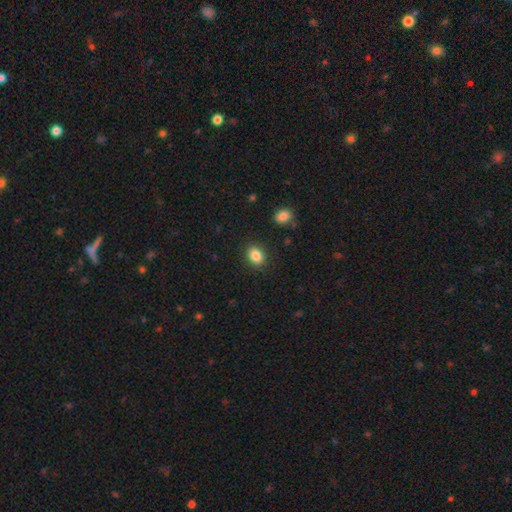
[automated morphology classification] The model was most divided on "how rounded": in between: 63%, round: 36%, cigar-shaped: 1%. More confident: merging — none (87%); smooth or featured — smooth (86%).